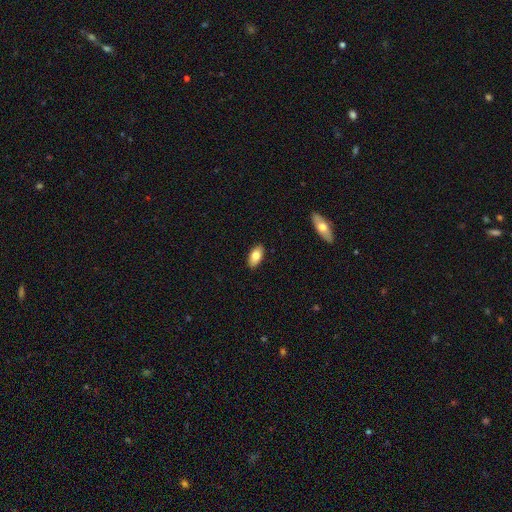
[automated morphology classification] Overall: smooth (80%). How rounded: in between (92%). Merging: none (89%).